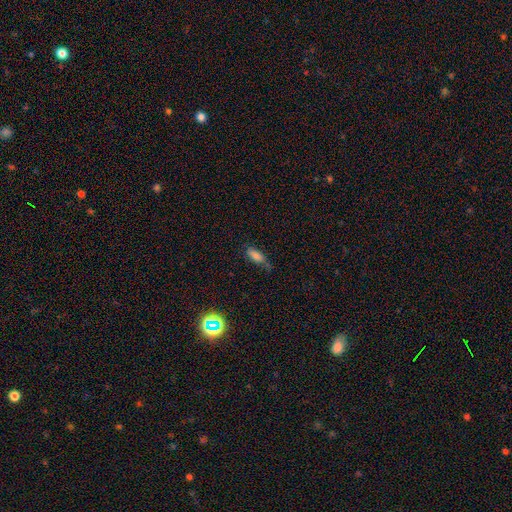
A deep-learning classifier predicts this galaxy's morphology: A smooth galaxy with no disk features (79%) that is in between round and cigar-shaped (73%). Merging: none (56%).